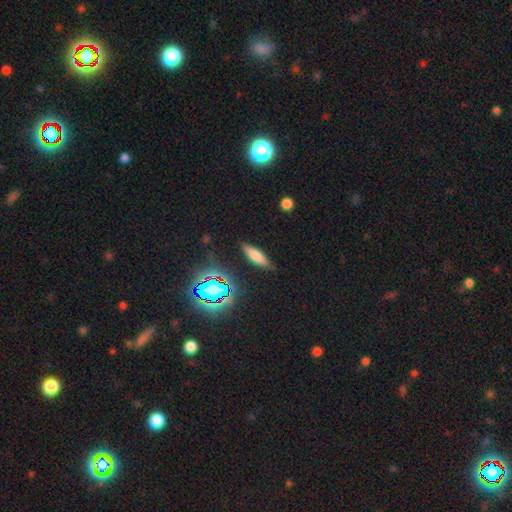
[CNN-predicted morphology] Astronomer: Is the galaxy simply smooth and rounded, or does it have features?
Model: smooth — 65%.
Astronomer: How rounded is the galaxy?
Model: cigar-shaped — 55% (runner-up: in between, 42%).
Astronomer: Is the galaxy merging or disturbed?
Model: none — 81%.